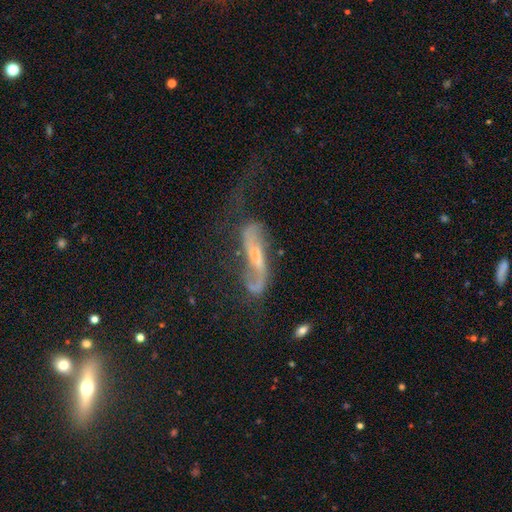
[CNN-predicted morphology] Smooth or featured? Predicted: featured or disk (p=0.71). Edge-on disk? Predicted: no (p=0.80). Bar? Predicted: no (p=0.40). Spiral arms? Predicted: yes (p=0.82). Bulge size? Predicted: small (p=0.47). Merging? Predicted: major disturbance (p=0.37).